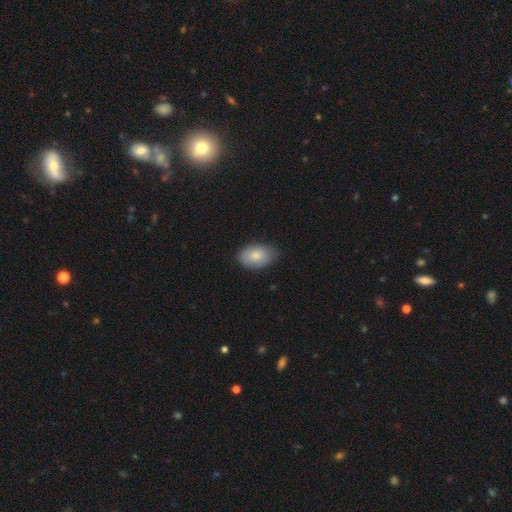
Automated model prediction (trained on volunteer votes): Smooth or featured?
  - smooth: 80% *
  - featured or disk: 14%
  - star or artifact: 6%
How rounded?
  - in between: 90% *
  - round: 9%
  - cigar-shaped: 1%
Merging?
  - none: 77% *
  - minor disturbance: 19%
  - major disturbance: 3%
  - merger: 1%